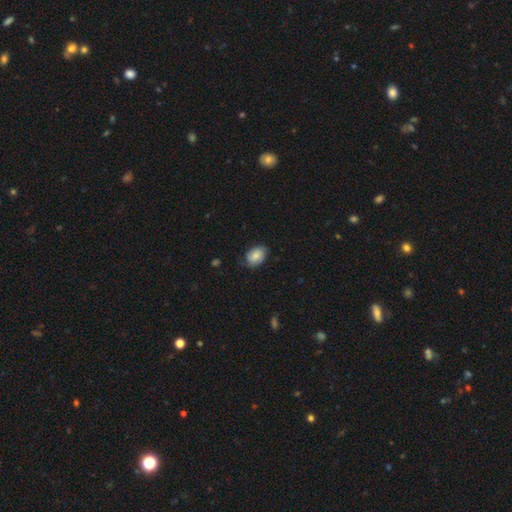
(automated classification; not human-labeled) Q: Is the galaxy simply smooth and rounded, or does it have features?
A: smooth — 64%.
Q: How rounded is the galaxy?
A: in between — 78%.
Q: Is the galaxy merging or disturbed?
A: none — 71%.